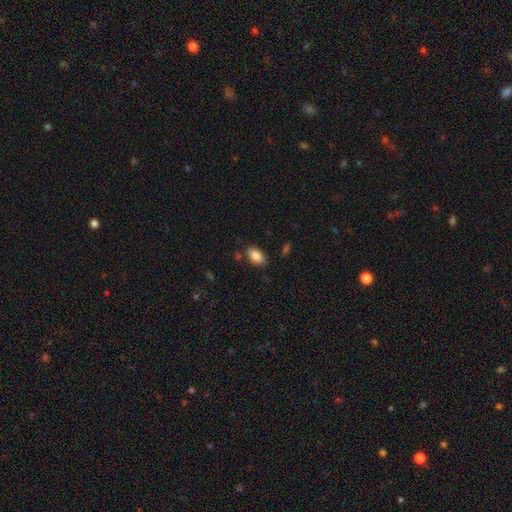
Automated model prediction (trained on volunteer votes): The model was most divided on "merging": none: 81%, minor disturbance: 12%, merger: 3%, major disturbance: 3%. More confident: how rounded — in between (93%); smooth or featured — smooth (88%).